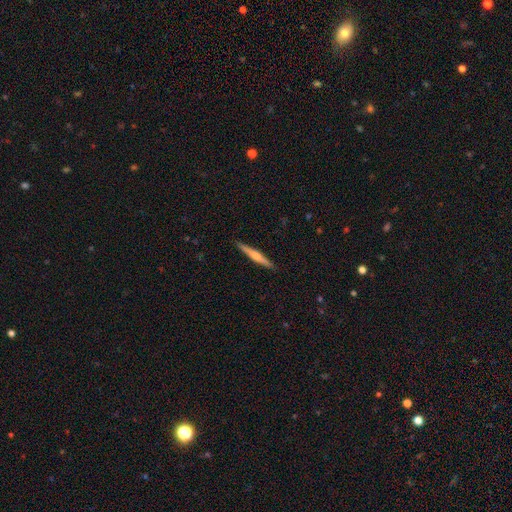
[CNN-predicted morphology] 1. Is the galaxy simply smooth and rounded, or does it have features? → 58% featured or disk, 36% smooth, 6% star or artifact.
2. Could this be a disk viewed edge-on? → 98% yes, 2% no.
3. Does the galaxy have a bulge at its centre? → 74% rounded, 15% none, 11% boxy.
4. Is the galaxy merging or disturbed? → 91% none, 7% minor disturbance, 1% major disturbance, 1% merger.